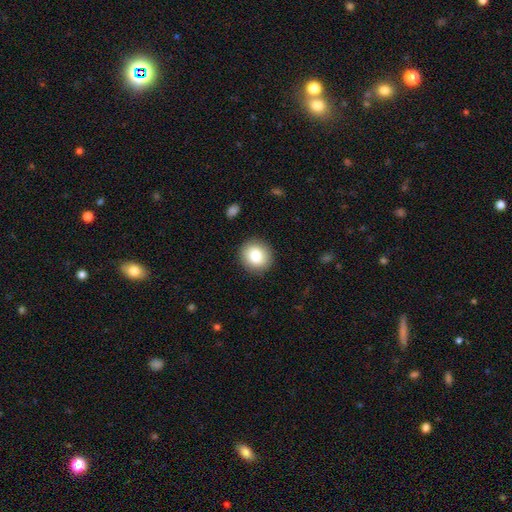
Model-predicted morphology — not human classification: A smooth galaxy with no disk features (82%) that is round (86%). Merging: none (90%).